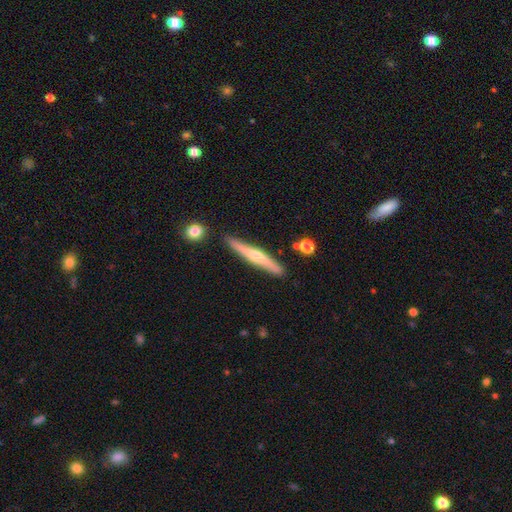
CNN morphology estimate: Smooth or featured: featured or disk — 59% (smooth — 36%)
Edge-on disk: yes — 95% (no — 5%)
Edge-on bulge: rounded — 79% (none — 14%)
Merging: none — 85% (minor disturbance — 10%)